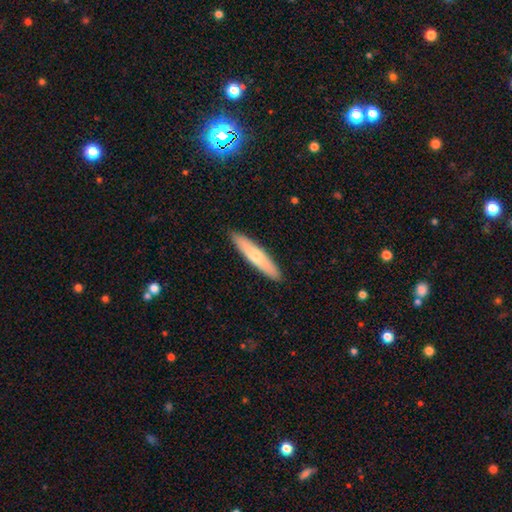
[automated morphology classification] Smooth or featured? smooth (59%)
How rounded? cigar-shaped (86%)
Merging? none (91%)